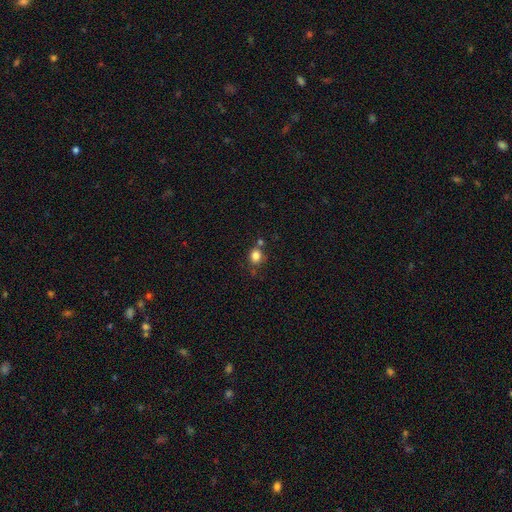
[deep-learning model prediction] Smooth or featured? Predicted: smooth (p=0.82). How rounded? Predicted: round (p=0.73). Merging? Predicted: none (p=0.64).